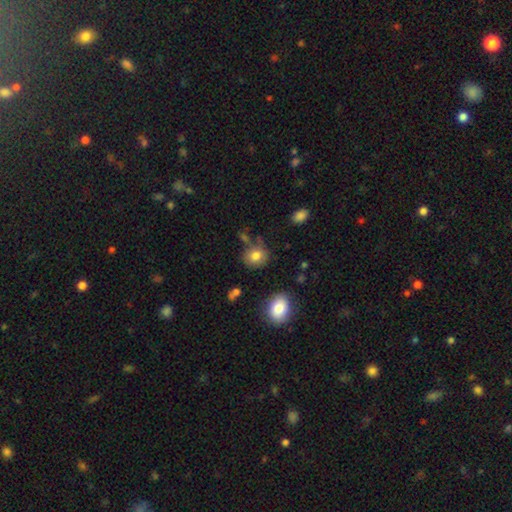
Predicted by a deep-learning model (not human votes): smooth_or_featured: smooth (p=0.80) [alt: star or artifact p=0.10]
how_rounded: round (p=0.74) [alt: in between p=0.25]
merging: none (p=0.70) [alt: minor disturbance p=0.18]